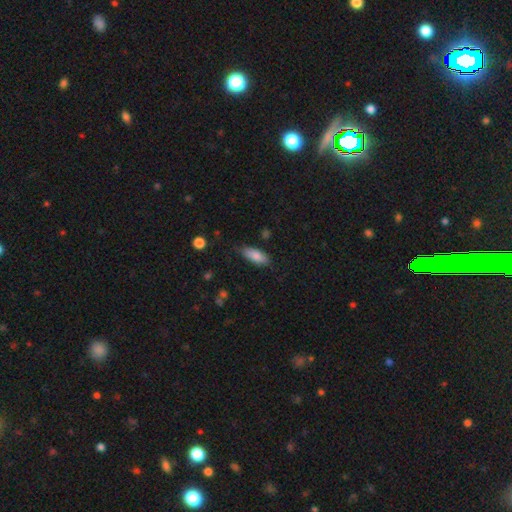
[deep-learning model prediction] Smooth or featured? smooth (83%)
How rounded? in between (77%)
Merging? none (74%)